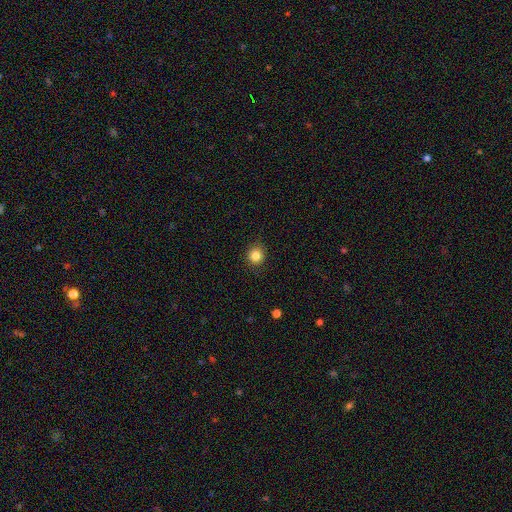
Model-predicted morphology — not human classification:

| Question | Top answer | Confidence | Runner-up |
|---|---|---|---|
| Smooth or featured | smooth | 84% | star or artifact (11%) |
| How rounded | round | 89% | in between (10%) |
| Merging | none | 86% | minor disturbance (10%) |